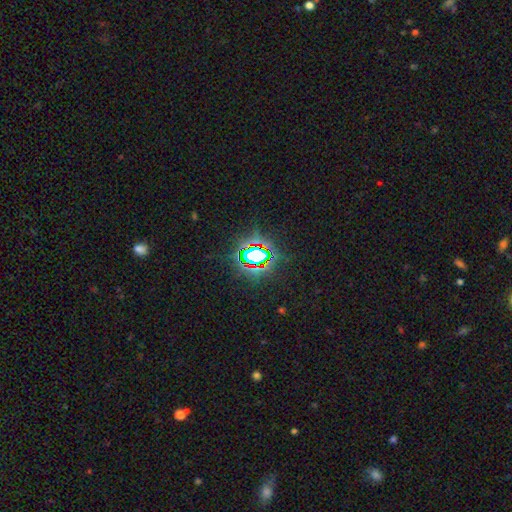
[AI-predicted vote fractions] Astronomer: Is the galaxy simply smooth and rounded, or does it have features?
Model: star or artifact — 73%.